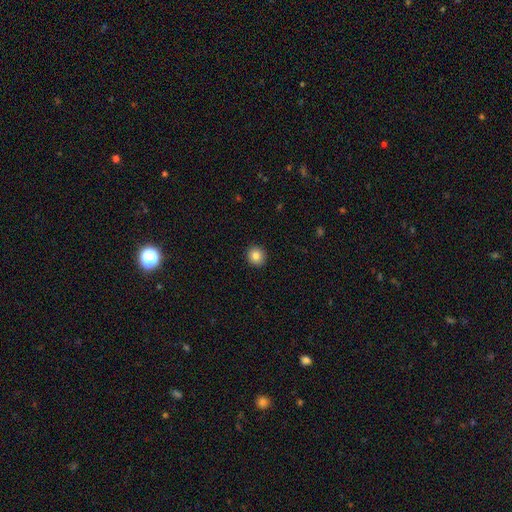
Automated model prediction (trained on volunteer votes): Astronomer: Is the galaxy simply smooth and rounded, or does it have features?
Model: smooth — 83%.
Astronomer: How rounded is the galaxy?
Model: round — 89%.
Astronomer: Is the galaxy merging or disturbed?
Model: none — 92%.